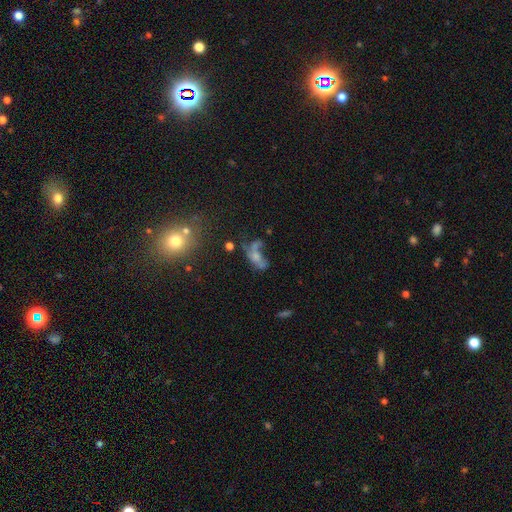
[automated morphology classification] This appears to be a smooth galaxy with no disk features (40%, tied with featured or disk). Merging: major disturbance (36%).